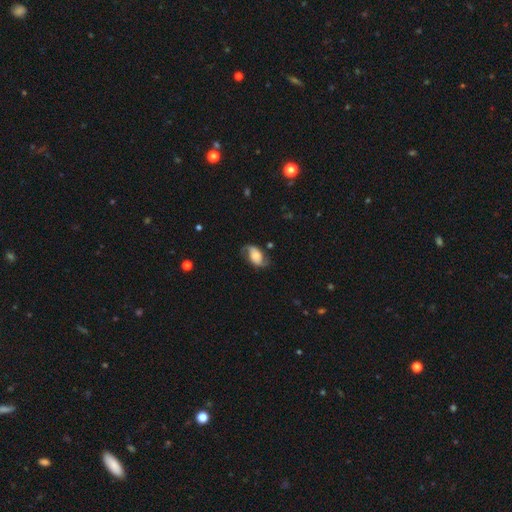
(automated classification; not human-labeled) Morphology: type=featured or disk (68%); edge-on=no (96%); bar=no (56%); spiral arms=yes (92%); winding=loose (46%); arm count=2 (88%); bulge=moderate (30%, tied with small); merging=none (67%).